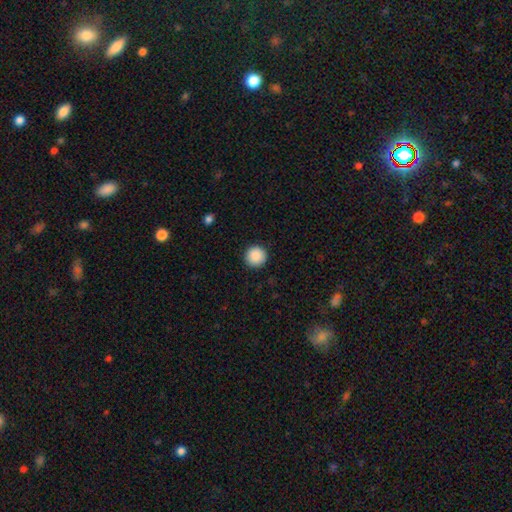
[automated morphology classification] This is clearly a smooth galaxy (89%). How rounded: clearly round (96%). Merging: clearly none (92%).